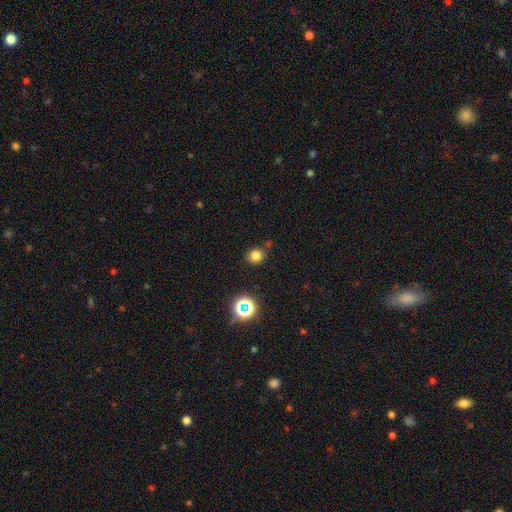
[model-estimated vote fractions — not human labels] Smooth or featured? smooth (77%)
How rounded? round (81%)
Merging? none (80%)